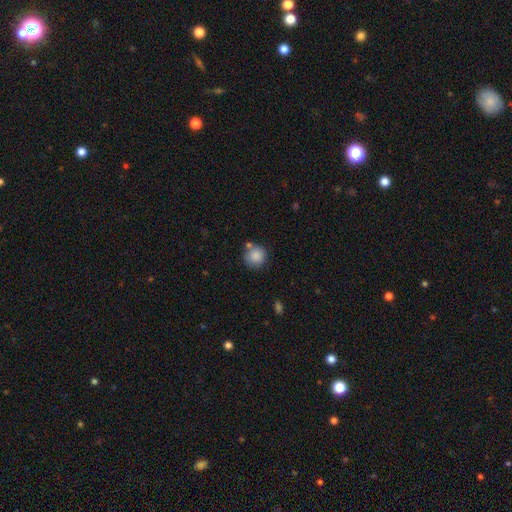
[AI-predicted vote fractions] smooth_or_featured: smooth (p=0.86) [alt: star or artifact p=0.09]
how_rounded: round (p=0.91) [alt: in between p=0.08]
merging: none (p=0.72) [alt: minor disturbance p=0.13]